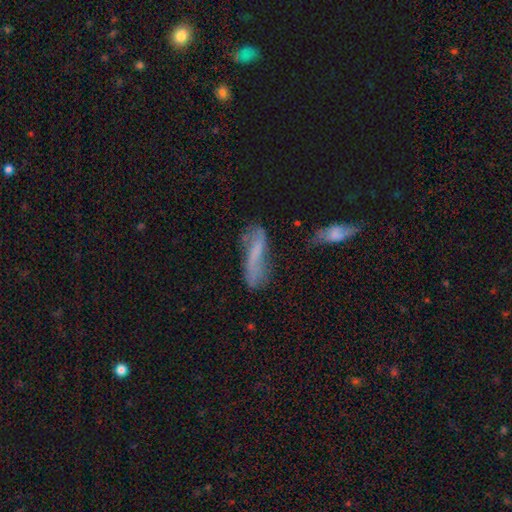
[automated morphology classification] A smooth galaxy with no disk features (47%).

Vote fractions:
- Smooth or featured? smooth: 47% / featured or disk: 41% / star or artifact: 11%
- Merging? none: 52% / minor disturbance: 26% / major disturbance: 14% / merger: 7%